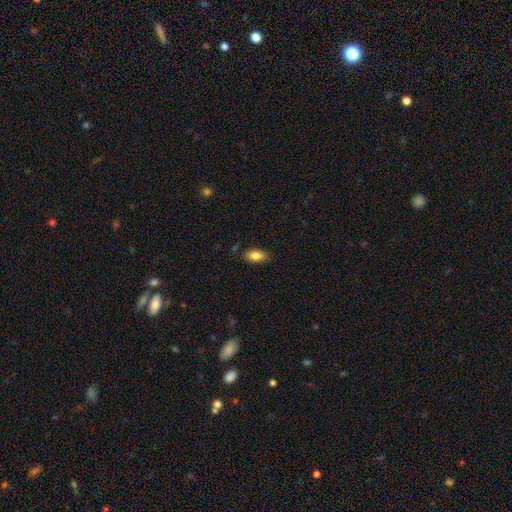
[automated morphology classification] This appears to be a smooth galaxy with no disk features (84%) that is in between round and cigar-shaped (91%). Merging: none (85%).